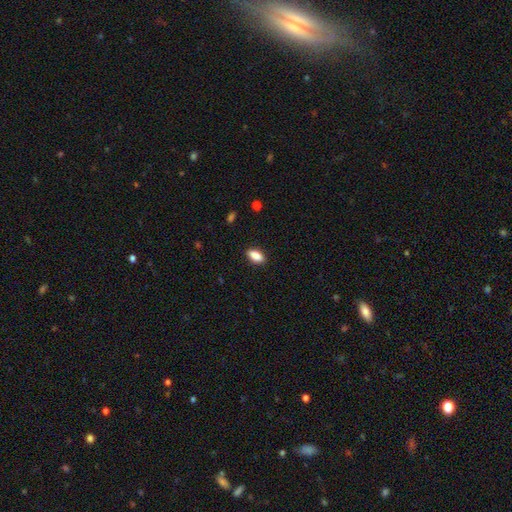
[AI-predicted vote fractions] Smooth or featured: smooth — 88% (star or artifact — 8%)
How rounded: in between — 89% (cigar-shaped — 8%)
Merging: none — 88% (minor disturbance — 9%)